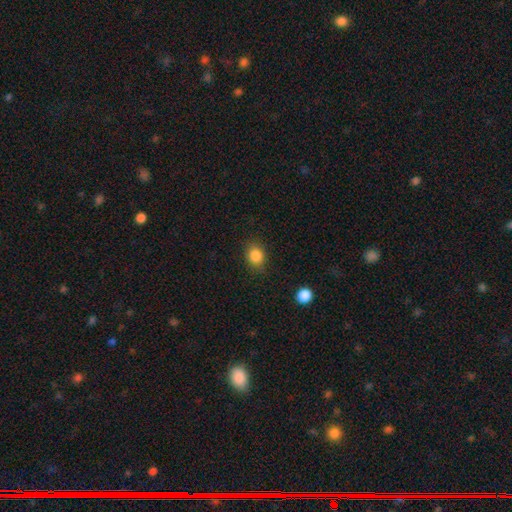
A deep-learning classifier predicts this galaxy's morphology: A smooth galaxy with no disk features (85%) that is round (62%). Merging: none (84%).